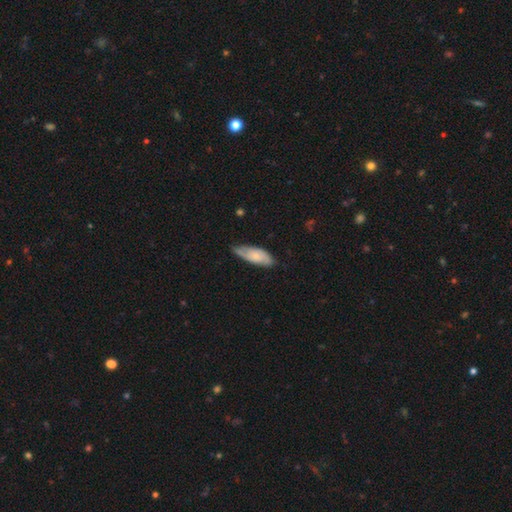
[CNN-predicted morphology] This is possibly a smooth galaxy (56%). How rounded: likely in between (74%). Merging: likely none (63%).